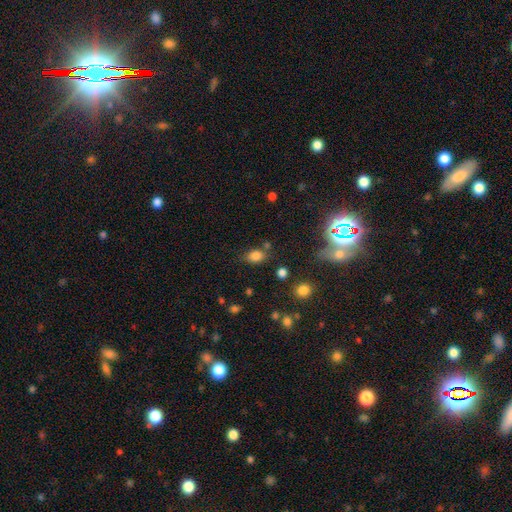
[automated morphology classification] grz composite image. It shows a smooth galaxy with no disk features (82%) that is in between round and cigar-shaped (77%). Merging: none (70%).